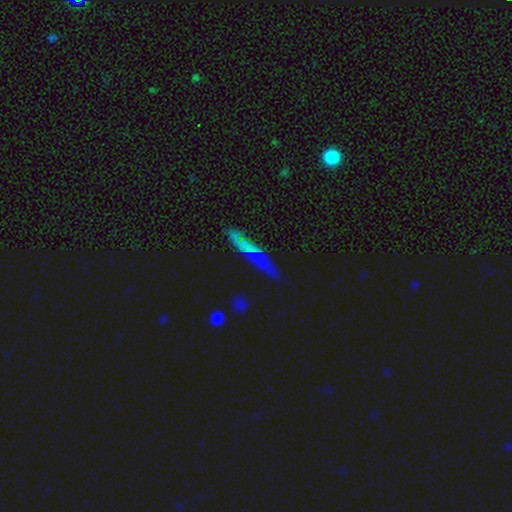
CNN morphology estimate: smooth-or-featured: smooth: 43% | featured or disk: 31% | star or artifact: 26%
  merging: none: 73% | minor disturbance: 17% | major disturbance: 6% | merger: 4%